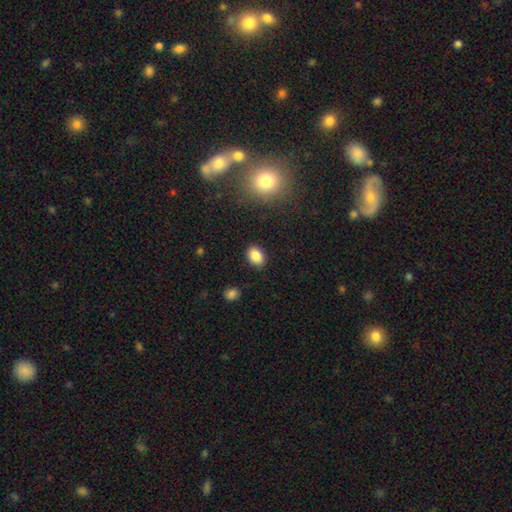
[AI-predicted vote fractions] A smooth galaxy with no disk features (86%) that is in between round and cigar-shaped (77%).

Vote fractions:
- Smooth or featured? smooth: 86% / star or artifact: 9% / featured or disk: 5%
- How rounded? in between: 77% / round: 22% / cigar-shaped: 1%
- Merging? none: 86% / minor disturbance: 9% / major disturbance: 3% / merger: 1%